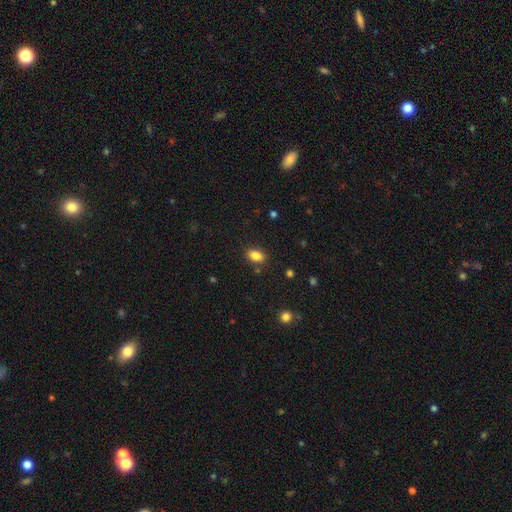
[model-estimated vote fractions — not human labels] Smooth or featured?
  - smooth: 85% *
  - star or artifact: 10%
  - featured or disk: 6%
How rounded?
  - in between: 86% *
  - round: 11%
  - cigar-shaped: 2%
Merging?
  - none: 85% *
  - minor disturbance: 10%
  - merger: 3%
  - major disturbance: 2%